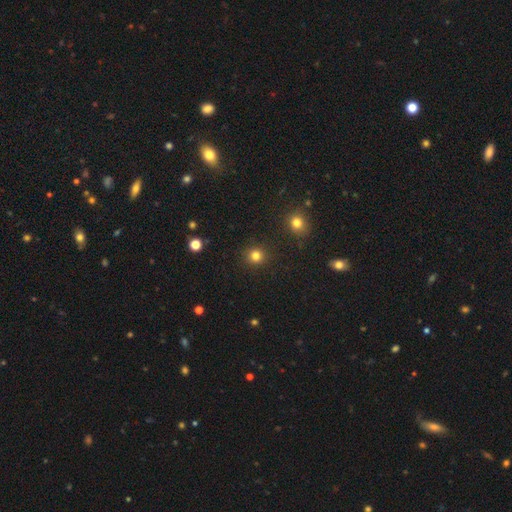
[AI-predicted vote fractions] smooth-or-featured: smooth: 81% | star or artifact: 14% | featured or disk: 4%
  how-rounded: round: 93% | in between: 6% | cigar-shaped: 1%
  merging: none: 91% | minor disturbance: 5% | major disturbance: 2% | merger: 2%